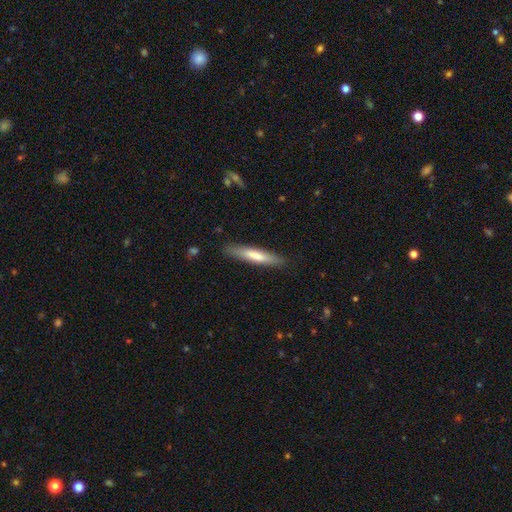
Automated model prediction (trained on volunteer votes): Smooth or featured: smooth — 69% (featured or disk — 25%)
How rounded: cigar-shaped — 88% (in between — 10%)
Merging: none — 87% (minor disturbance — 10%)